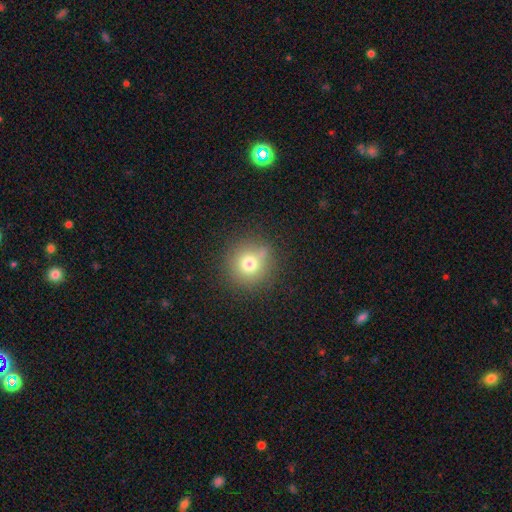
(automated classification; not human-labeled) Smooth or featured? Predicted: smooth (p=0.69). How rounded? Predicted: round (p=0.93). Merging? Predicted: none (p=0.82).